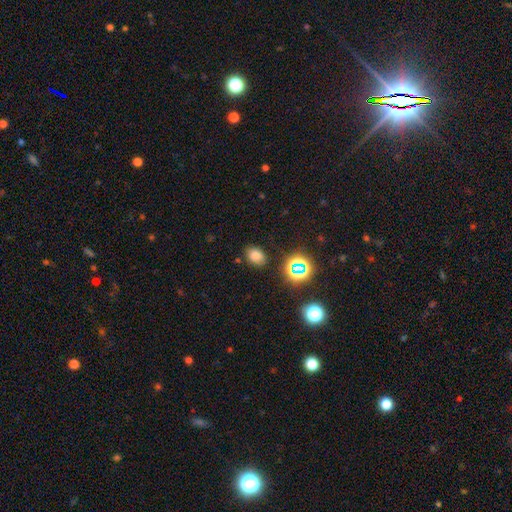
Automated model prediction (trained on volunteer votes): Smooth or featured?
  - smooth: 73% *
  - star or artifact: 20%
  - featured or disk: 7%
How rounded?
  - in between: 64% *
  - round: 35%
  - cigar-shaped: 1%
Merging?
  - none: 79% *
  - minor disturbance: 14%
  - major disturbance: 4%
  - merger: 3%